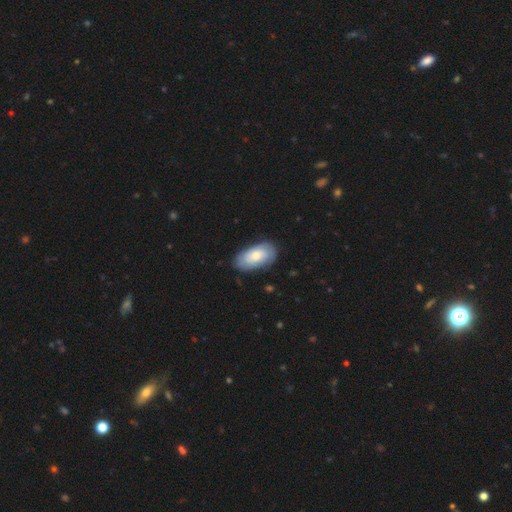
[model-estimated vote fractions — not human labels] Morphology: type=smooth (56%); roundness=in between (94%); merging=none (75%).